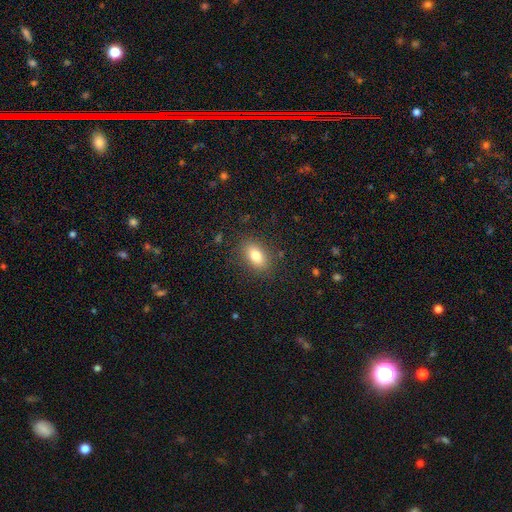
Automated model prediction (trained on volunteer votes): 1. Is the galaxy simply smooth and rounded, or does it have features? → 81% smooth, 10% featured or disk, 9% star or artifact.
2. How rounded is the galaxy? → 86% in between, 10% round, 4% cigar-shaped.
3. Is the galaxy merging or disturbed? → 85% none, 10% minor disturbance, 3% major disturbance, 1% merger.